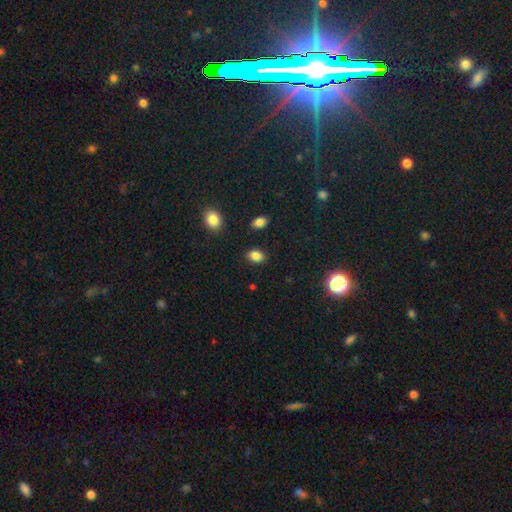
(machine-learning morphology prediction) Smooth or featured? Predicted: smooth (p=0.86). How rounded? Predicted: in between (p=0.80). Merging? Predicted: none (p=0.86).